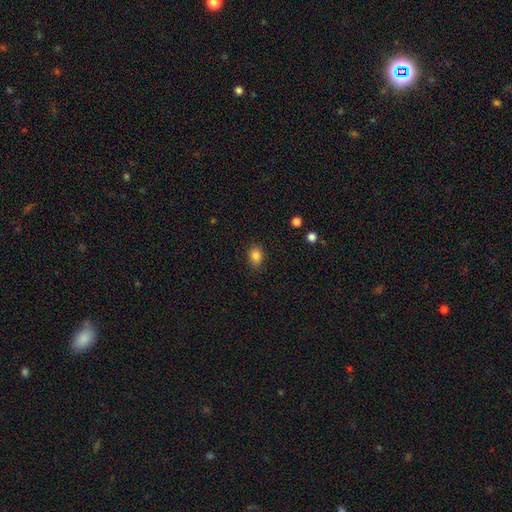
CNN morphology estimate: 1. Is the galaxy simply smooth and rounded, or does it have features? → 85% smooth, 10% star or artifact, 5% featured or disk.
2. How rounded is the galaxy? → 65% in between, 34% round, 1% cigar-shaped.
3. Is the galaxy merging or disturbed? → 86% none, 10% minor disturbance, 3% major disturbance, 1% merger.